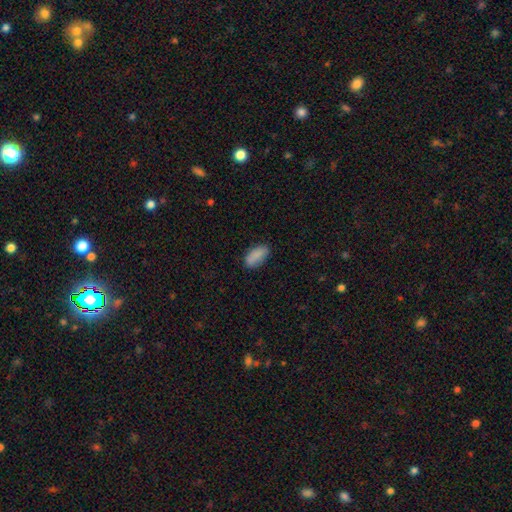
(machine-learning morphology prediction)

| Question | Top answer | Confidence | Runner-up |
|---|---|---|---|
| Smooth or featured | smooth | 87% | star or artifact (7%) |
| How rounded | in between | 89% | cigar-shaped (9%) |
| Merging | none | 80% | minor disturbance (15%) |